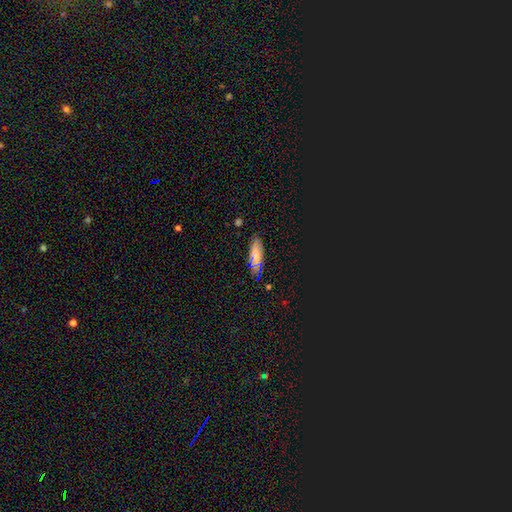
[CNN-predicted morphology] Smooth or featured: smooth — 67% (star or artifact — 21%)
How rounded: in between — 78% (cigar-shaped — 17%)
Merging: none — 83% (minor disturbance — 13%)